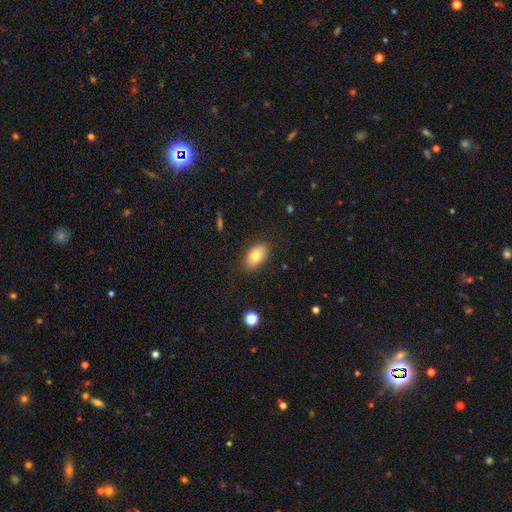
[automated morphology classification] smooth 78%, featured or disk 14%, star or artifact 8%. Down the decision tree: how rounded — in between (90%); merging — none (83%).